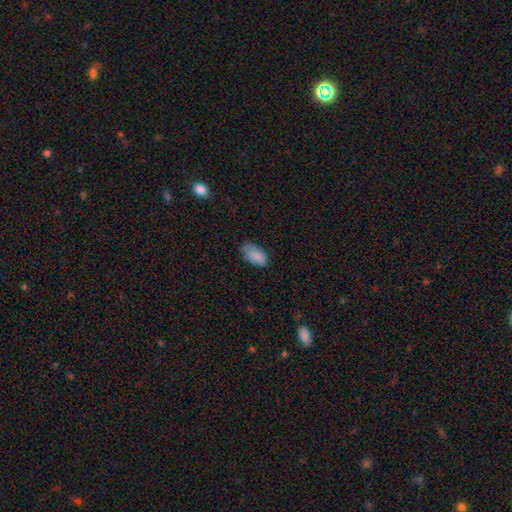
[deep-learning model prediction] This is clearly a smooth galaxy (84%). How rounded: clearly in between (94%). Merging: likely none (64%).